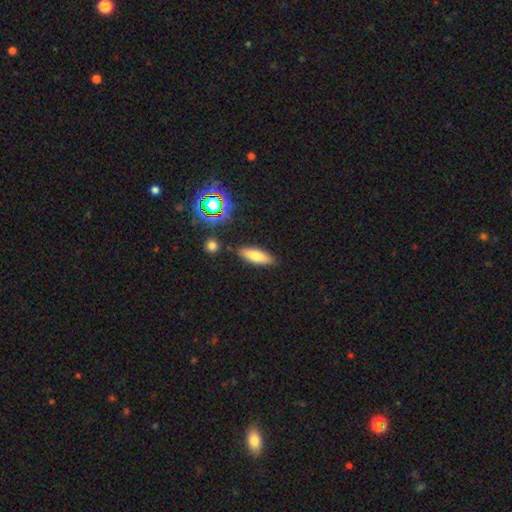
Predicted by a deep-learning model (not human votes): Overall: smooth (72%). How rounded: in between (55%; cigar-shaped 42%). Merging: none (85%).